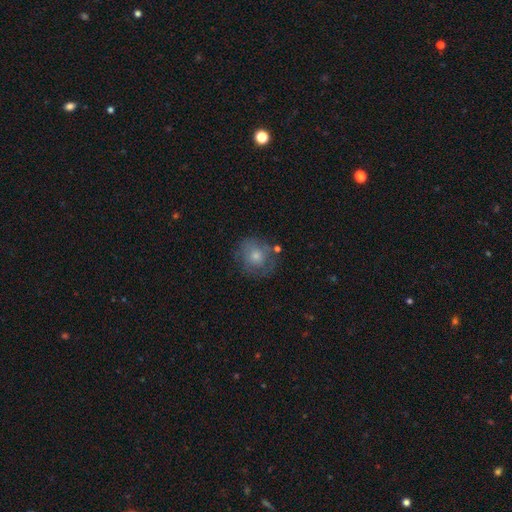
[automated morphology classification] smooth 53%, featured or disk 33%, star or artifact 14%. Down the decision tree: how rounded — round (84%); merging — none (73%).